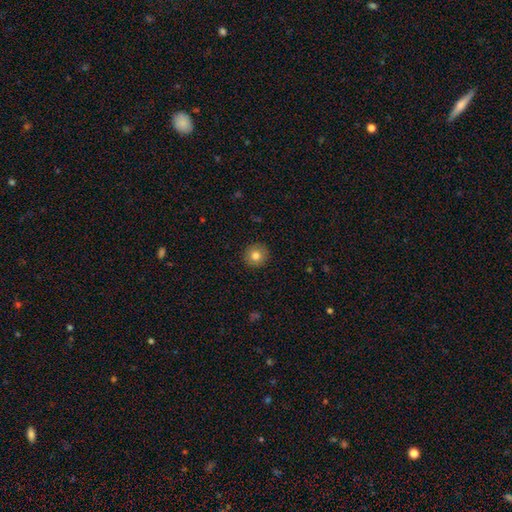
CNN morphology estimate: This appears to be a smooth galaxy with no disk features (80%) that is round (93%). Merging: none (91%).